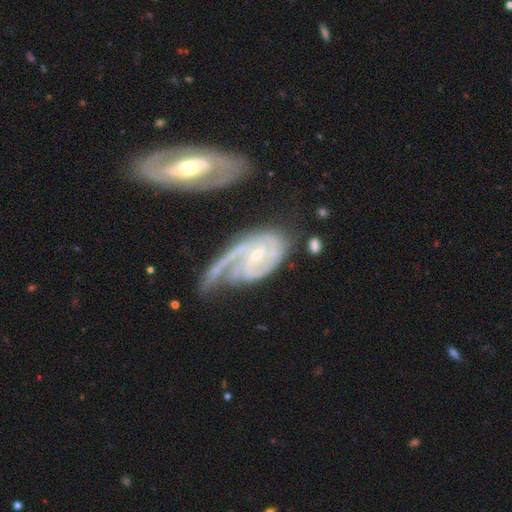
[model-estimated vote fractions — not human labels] smooth-or-featured: featured or disk: 88% | smooth: 7% | star or artifact: 5%
  disk-edge-on: no: 96% | yes: 4%
    bar: weak: 44% | no: 37% | strong: 19%
    has-spiral-arms: yes: 96% | no: 4%
      spiral-winding: tight: 44% | medium: 41% | loose: 15%
      spiral-arm-count: 2: 45% | can't tell: 17% | 3: 16% | 1: 14% | 4: 4% | more than 4: 3%
    bulge-size: small: 73% | moderate: 21% | none: 4% | large: 1% | dominant: 1%
  merging: none: 35% | major disturbance: 28% | minor disturbance: 24% | merger: 13%